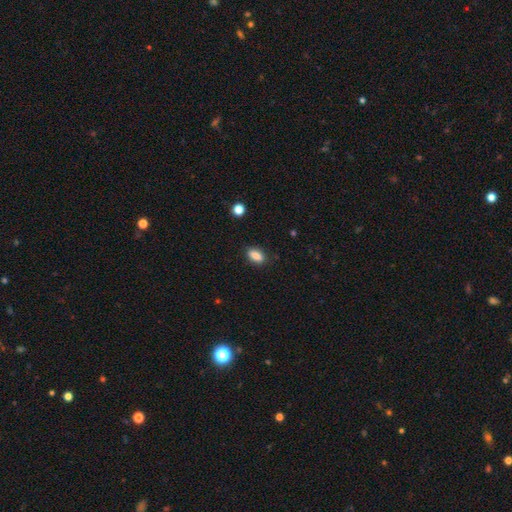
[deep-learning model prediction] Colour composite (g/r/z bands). It shows a smooth galaxy with no disk features (86%) that is in between round and cigar-shaped (87%). Merging: none (85%).